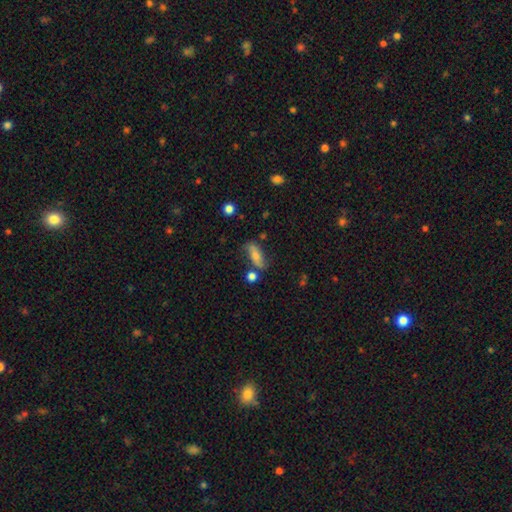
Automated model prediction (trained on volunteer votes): The model was most divided on "smooth or featured": smooth: 58%, featured or disk: 33%, star or artifact: 9%. More confident: how rounded — in between (69%); merging — none (62%).